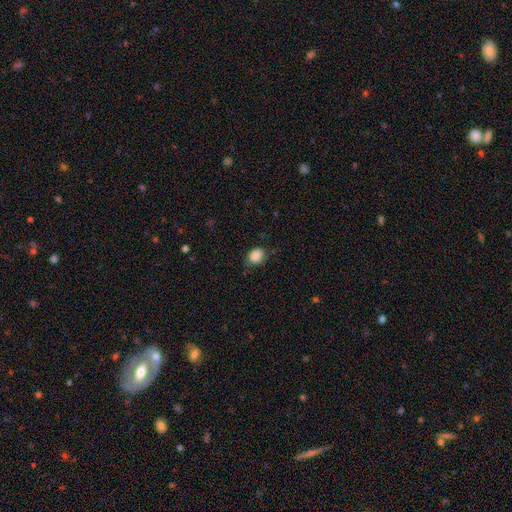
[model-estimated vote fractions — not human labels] Smooth or featured? Predicted: smooth (p=0.87). How rounded? Predicted: in between (p=0.51). Merging? Predicted: none (p=0.68).